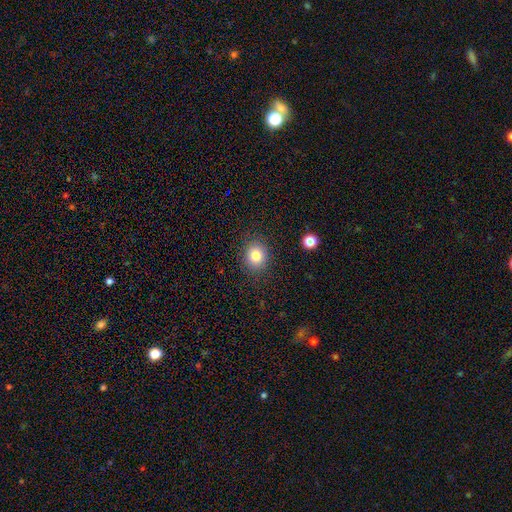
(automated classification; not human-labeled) Smooth or featured: smooth — 82% (star or artifact — 11%)
How rounded: round — 77% (in between — 22%)
Merging: none — 87% (minor disturbance — 8%)